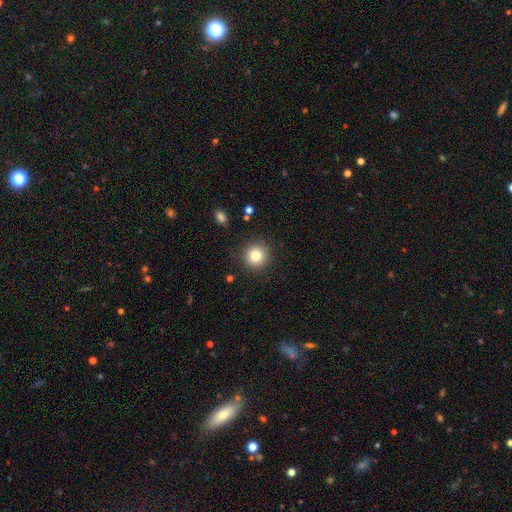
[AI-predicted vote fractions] This is clearly a smooth galaxy (83%). How rounded: clearly round (94%). Merging: clearly none (89%).